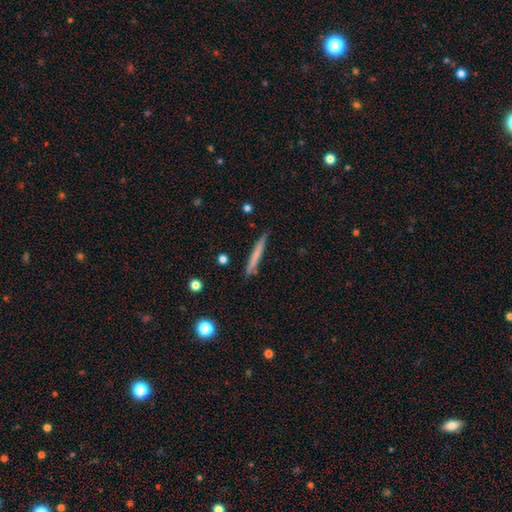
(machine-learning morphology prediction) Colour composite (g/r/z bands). It shows a smooth galaxy with no disk features (63%) that is cigar-shaped (96%). Merging: none (87%).